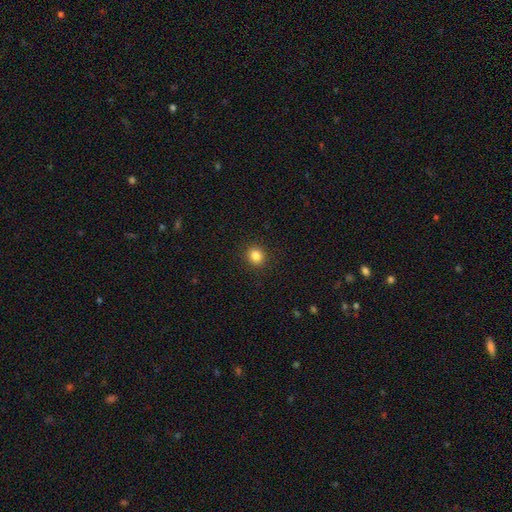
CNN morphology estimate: The model was most divided on "how rounded": round: 78%, in between: 21%, cigar-shaped: 1%. More confident: merging — none (91%); smooth or featured — smooth (84%).